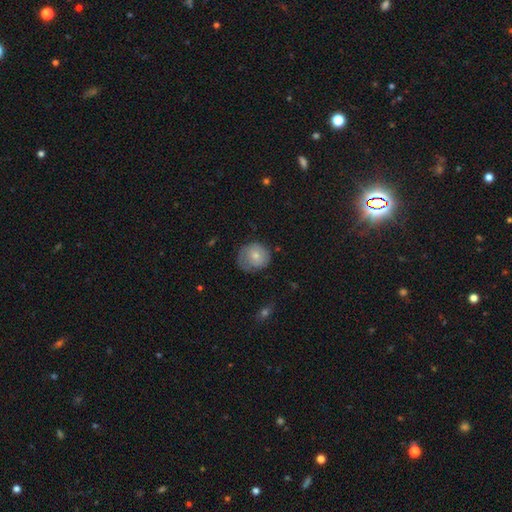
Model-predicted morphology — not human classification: Overall: smooth (67%). How rounded: round (80%). Merging: none (58%; minor disturbance 30%).